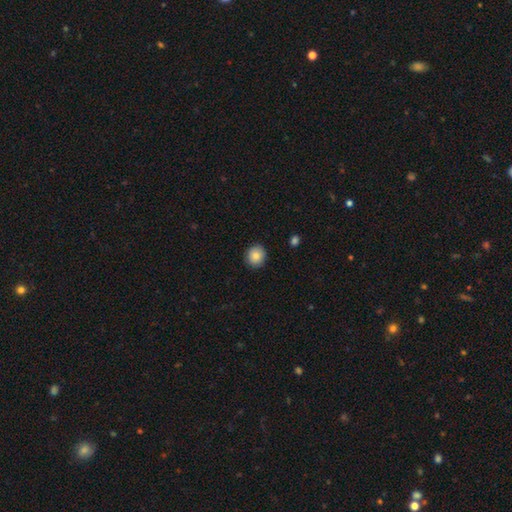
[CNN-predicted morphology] This is clearly a smooth galaxy (84%). How rounded: clearly round (88%). Merging: clearly none (90%).